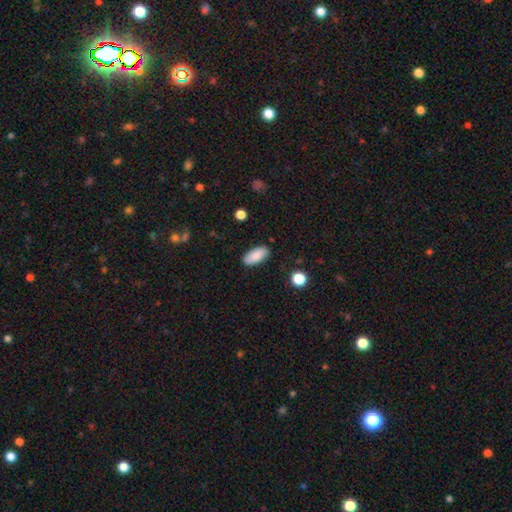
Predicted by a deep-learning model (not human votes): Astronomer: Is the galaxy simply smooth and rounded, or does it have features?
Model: smooth — 86%.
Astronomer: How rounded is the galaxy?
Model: in between — 91%.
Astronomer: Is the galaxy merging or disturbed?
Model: none — 86%.